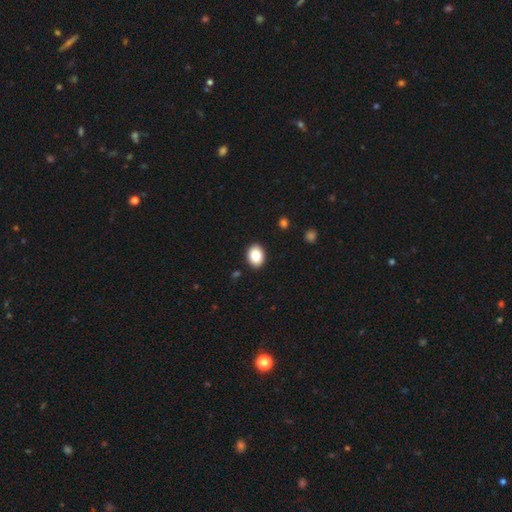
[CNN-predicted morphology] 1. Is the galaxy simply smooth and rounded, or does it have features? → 85% smooth, 8% star or artifact, 7% featured or disk.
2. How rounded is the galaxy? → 69% in between, 30% round, 1% cigar-shaped.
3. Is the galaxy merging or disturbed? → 90% none, 7% minor disturbance, 2% major disturbance, 1% merger.